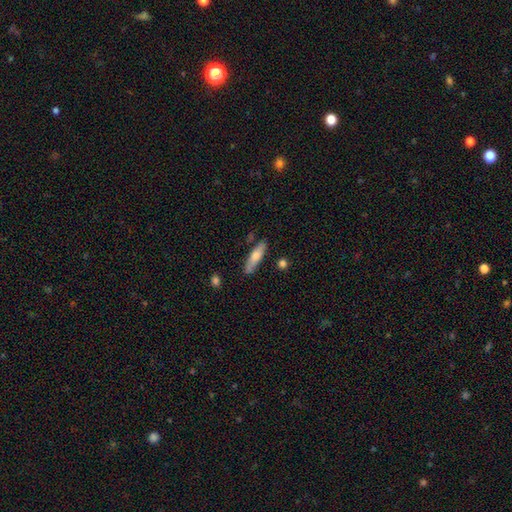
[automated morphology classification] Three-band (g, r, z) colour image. It shows a smooth galaxy with no disk features (67%) that is cigar-shaped (70%). Merging: none (79%).